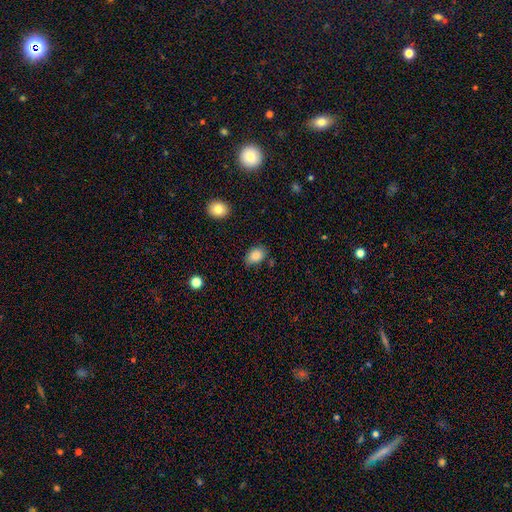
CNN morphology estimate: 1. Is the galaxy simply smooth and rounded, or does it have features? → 86% smooth, 8% star or artifact, 6% featured or disk.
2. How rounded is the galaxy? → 84% in between, 15% round, 1% cigar-shaped.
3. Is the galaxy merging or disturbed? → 79% none, 15% minor disturbance, 3% major disturbance, 3% merger.